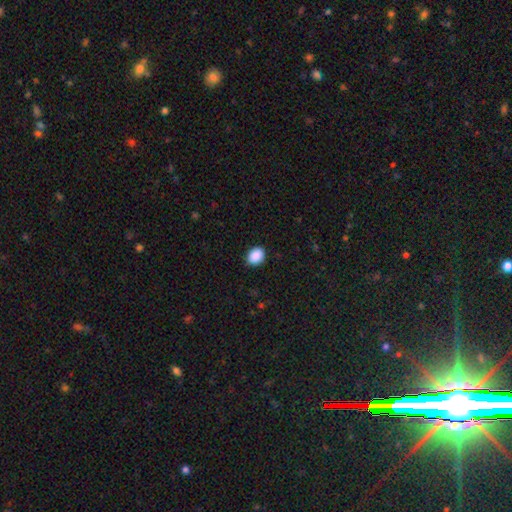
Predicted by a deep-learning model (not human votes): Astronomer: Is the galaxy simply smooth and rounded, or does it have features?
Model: smooth — 90%.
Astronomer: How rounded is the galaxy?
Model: in between — 63%.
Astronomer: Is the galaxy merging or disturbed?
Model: none — 88%.